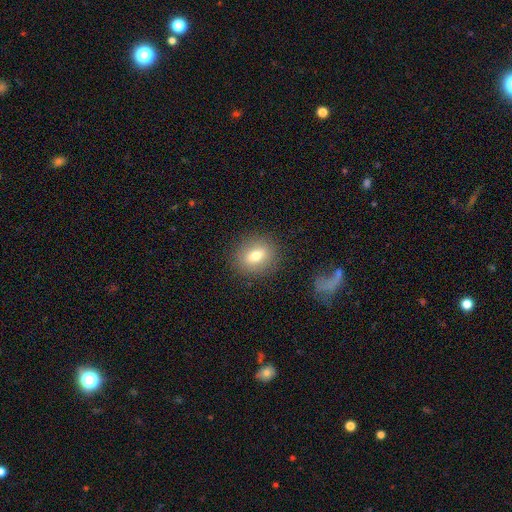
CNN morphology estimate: smooth-or-featured: smooth: 69% | featured or disk: 20% | star or artifact: 10%
  how-rounded: round: 58% | in between: 40% | cigar-shaped: 2%
  merging: none: 87% | minor disturbance: 8% | major disturbance: 3% | merger: 1%